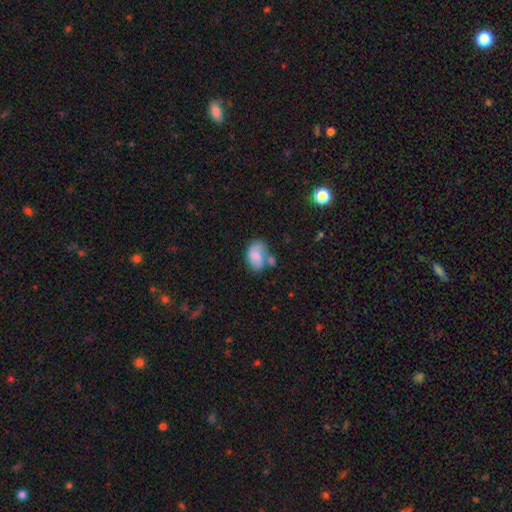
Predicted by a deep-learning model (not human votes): smooth-or-featured: smooth: 66% | featured or disk: 26% | star or artifact: 8%
  how-rounded: in between: 83% | round: 16% | cigar-shaped: 1%
  merging: none: 35% | merger: 30% | minor disturbance: 24% | major disturbance: 11%